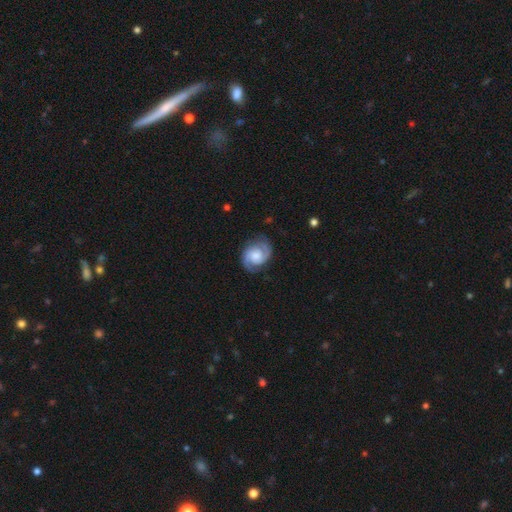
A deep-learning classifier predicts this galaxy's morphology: A featured or disk galaxy (88%) with no bar (64%), 2 (91%) medium (47%) spiral arms (98%) and a moderate central bulge (41%). Merging: none (80%).